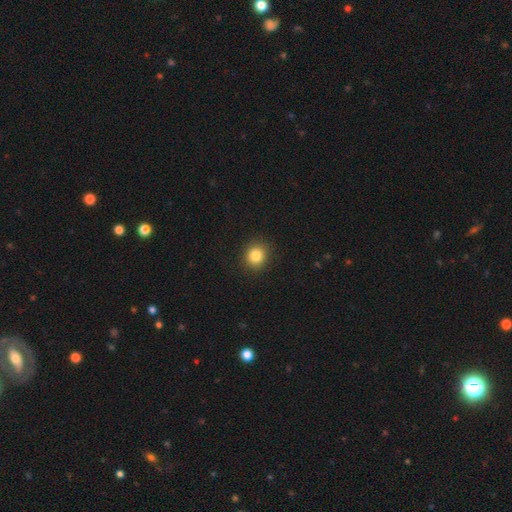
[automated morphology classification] A smooth galaxy with no disk features (84%) that is round (83%). Merging: none (91%).